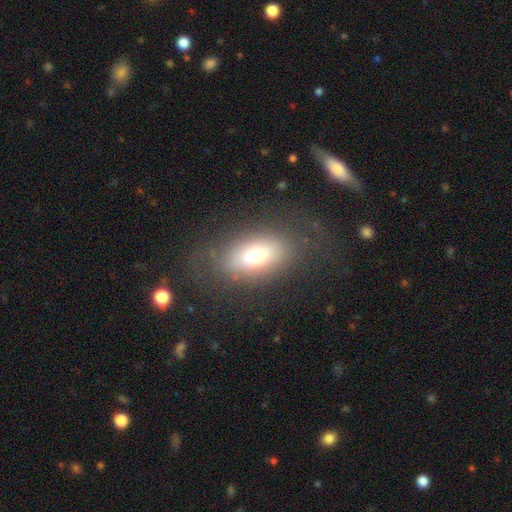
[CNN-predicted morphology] The model was most divided on "smooth or featured": smooth: 67%, featured or disk: 22%, star or artifact: 11%. More confident: how rounded — in between (86%); merging — none (72%).